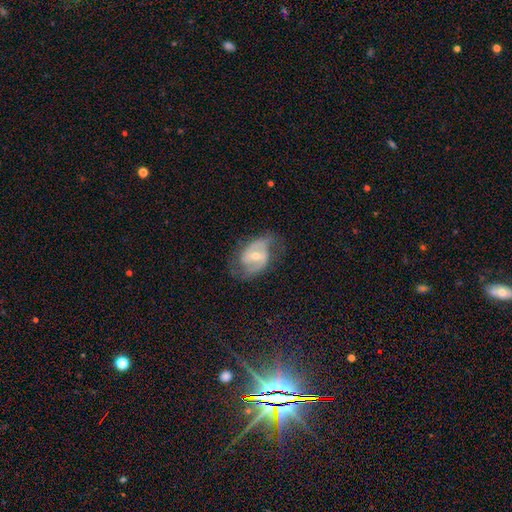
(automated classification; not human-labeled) featured or disk 77%, smooth 17%, star or artifact 6%. Down the decision tree: edge-on disk — no (96%); bar — weak (45%); spiral arms — yes (83%); spiral arm count — 2 (80%); spiral winding — medium (48%); bulge size — moderate (57%); merging — none (62%).